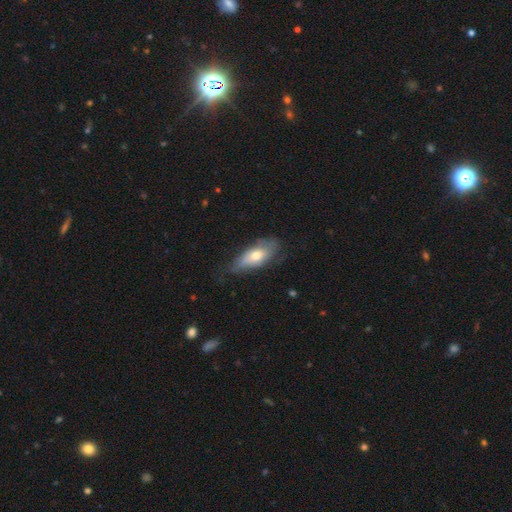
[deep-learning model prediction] Morphology: type=smooth (63%); roundness=in between (77%); merging=none (56%).